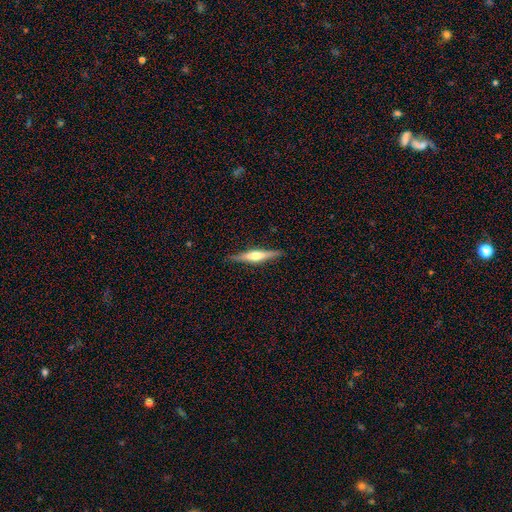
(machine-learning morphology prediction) smooth_or_featured: featured or disk (p=0.65) [alt: smooth p=0.29]
disk_edge_on: yes (p=0.96) [alt: no p=0.04]
edge_on_bulge: rounded (p=0.87) [alt: boxy p=0.08]
merging: none (p=0.88) [alt: minor disturbance p=0.09]